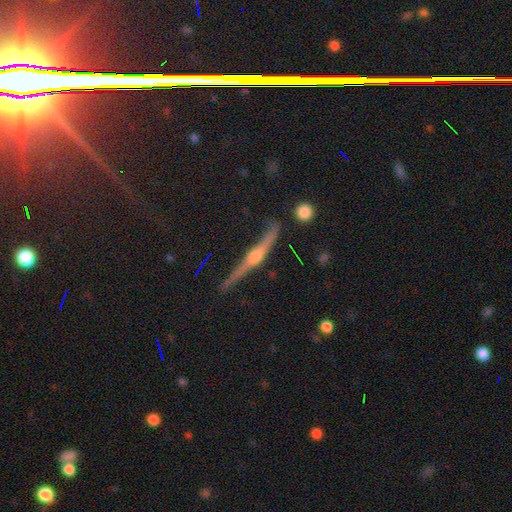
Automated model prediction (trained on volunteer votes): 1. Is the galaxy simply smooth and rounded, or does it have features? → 81% featured or disk, 11% smooth, 8% star or artifact.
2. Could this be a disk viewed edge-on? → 96% yes, 4% no.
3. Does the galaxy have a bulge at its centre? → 88% rounded, 6% boxy, 6% none.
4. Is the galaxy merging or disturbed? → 80% none, 14% minor disturbance, 4% major disturbance, 3% merger.